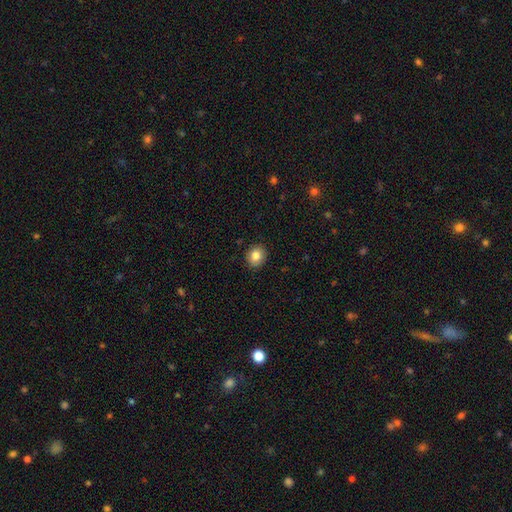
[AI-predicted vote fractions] A smooth galaxy with no disk features (83%) that is round (74%). Merging: none (91%).